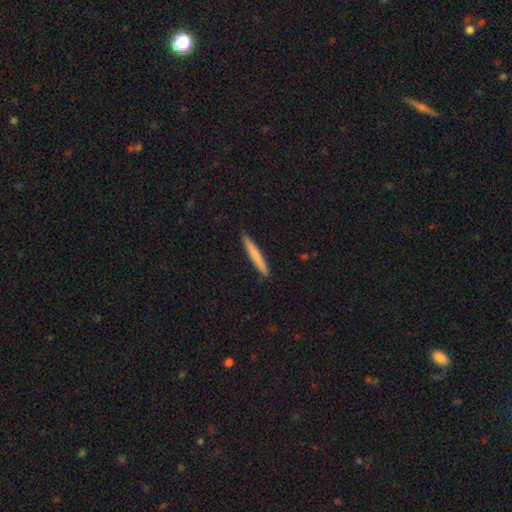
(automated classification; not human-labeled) The model was most divided on "smooth or featured": smooth: 73%, featured or disk: 21%, star or artifact: 6%. More confident: how rounded — cigar-shaped (96%); merging — none (91%).